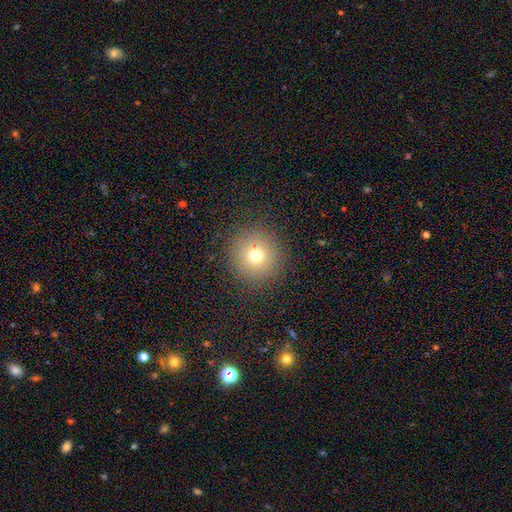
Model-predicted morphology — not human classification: A smooth galaxy with no disk features (70%) that is round (95%). Merging: none (88%).